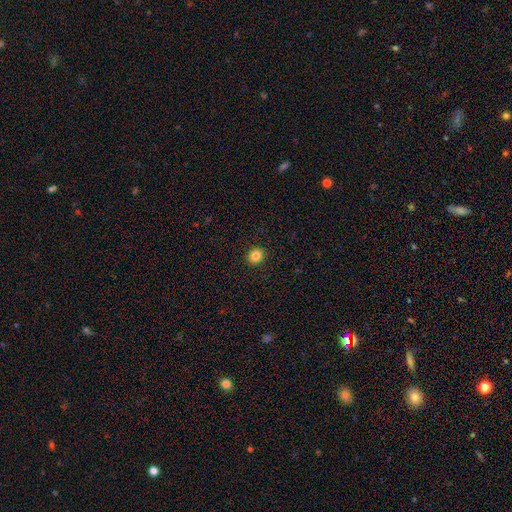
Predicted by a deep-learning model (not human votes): This is clearly a smooth galaxy (84%). How rounded: clearly round (81%). Merging: clearly none (92%).